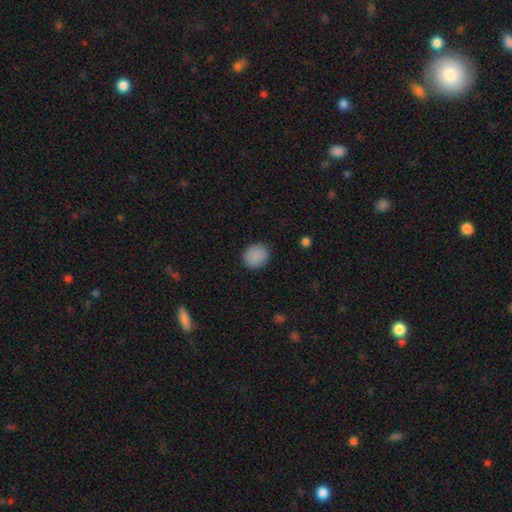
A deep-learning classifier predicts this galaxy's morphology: A smooth galaxy with no disk features (88%) that is round (72%).

Vote fractions:
- Smooth or featured? smooth: 88% / star or artifact: 9% / featured or disk: 3%
- How rounded? round: 72% / in between: 27% / cigar-shaped: 1%
- Merging? none: 87% / minor disturbance: 9% / major disturbance: 2% / merger: 1%